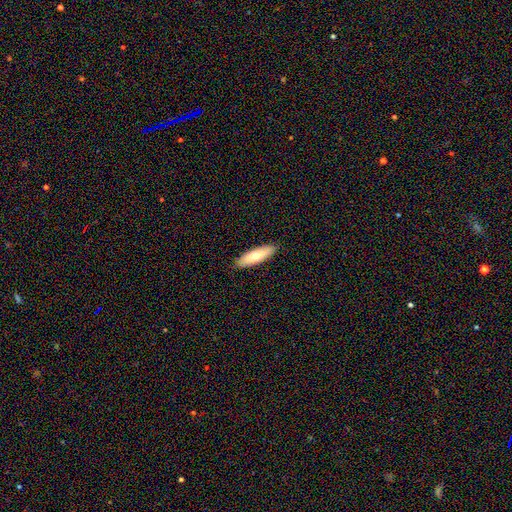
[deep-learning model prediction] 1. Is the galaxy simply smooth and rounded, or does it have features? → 66% smooth, 28% featured or disk, 6% star or artifact.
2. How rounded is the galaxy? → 55% cigar-shaped, 43% in between, 2% round.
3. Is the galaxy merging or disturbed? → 90% none, 8% minor disturbance, 2% major disturbance, 1% merger.